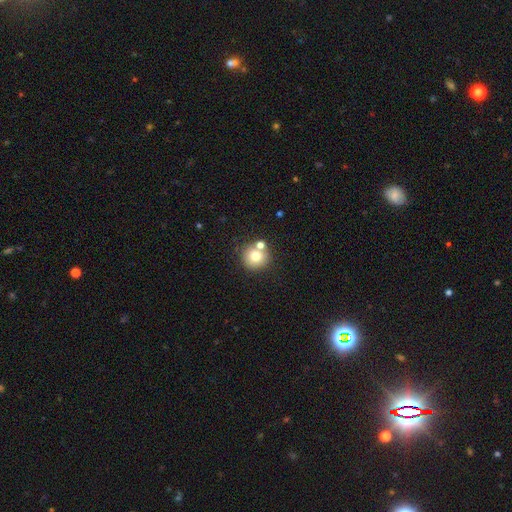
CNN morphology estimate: Smooth or featured? Predicted: smooth (p=0.75). How rounded? Predicted: round (p=0.92). Merging? Predicted: none (p=0.68).